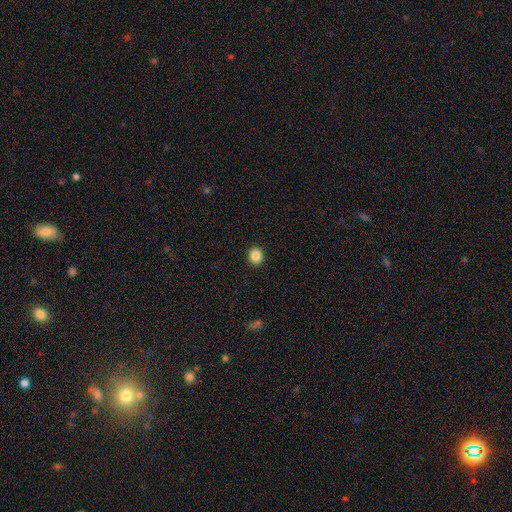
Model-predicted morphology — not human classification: smooth_or_featured: smooth (p=0.86) [alt: star or artifact p=0.10]
how_rounded: round (p=0.81) [alt: in between p=0.18]
merging: none (p=0.92) [alt: minor disturbance p=0.05]